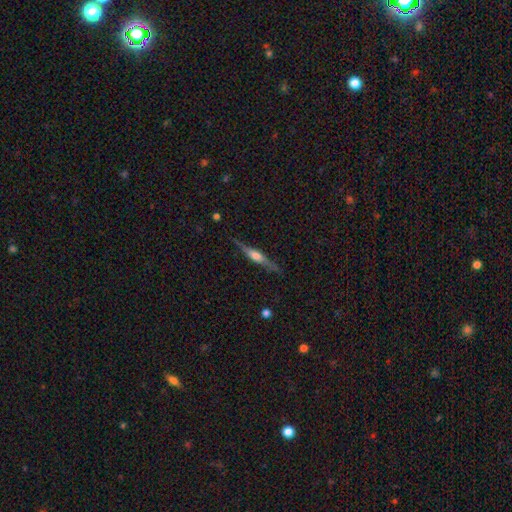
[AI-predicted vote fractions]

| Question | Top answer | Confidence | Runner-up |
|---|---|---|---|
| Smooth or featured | featured or disk | 71% | smooth (23%) |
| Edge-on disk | yes | 96% | no (4%) |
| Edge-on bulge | rounded | 76% | boxy (18%) |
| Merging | none | 83% | minor disturbance (12%) |